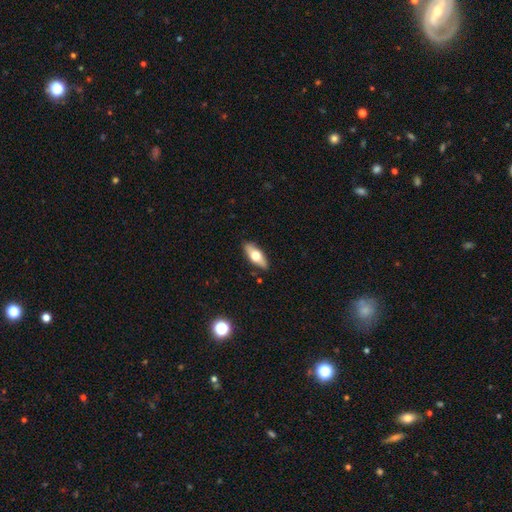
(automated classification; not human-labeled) Smooth or featured? Predicted: smooth (p=0.56). How rounded? Predicted: in between (p=0.71). Merging? Predicted: none (p=0.88).